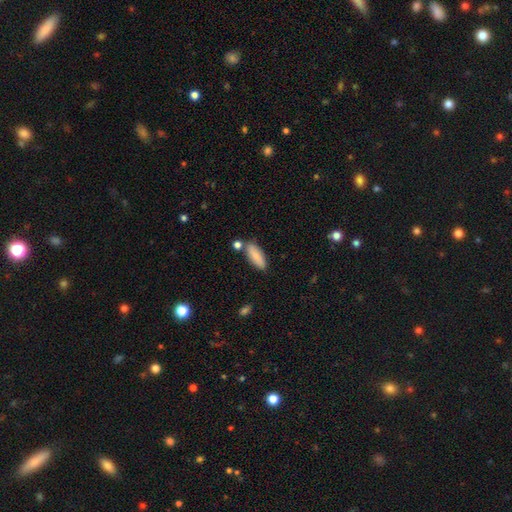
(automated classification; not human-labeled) This is clearly a smooth galaxy (81%). How rounded: likely in between (69%). Merging: likely none (75%).